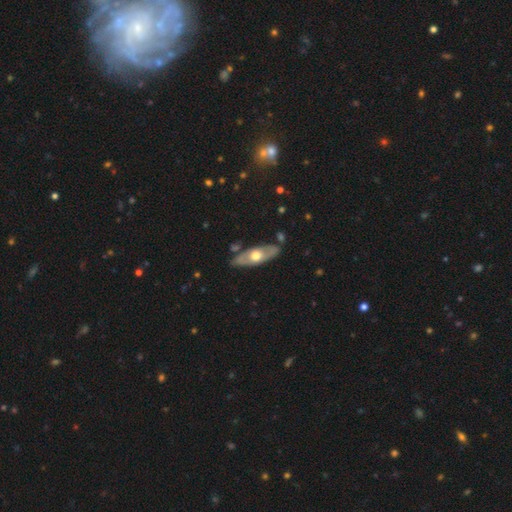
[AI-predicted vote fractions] A featured or disk galaxy (56%).

Vote fractions:
- Smooth or featured? featured or disk: 56% / smooth: 39% / star or artifact: 5%
- Edge-on disk? no: 61% / yes: 39%
- Merging? none: 80% / minor disturbance: 14% / merger: 3% / major disturbance: 3%